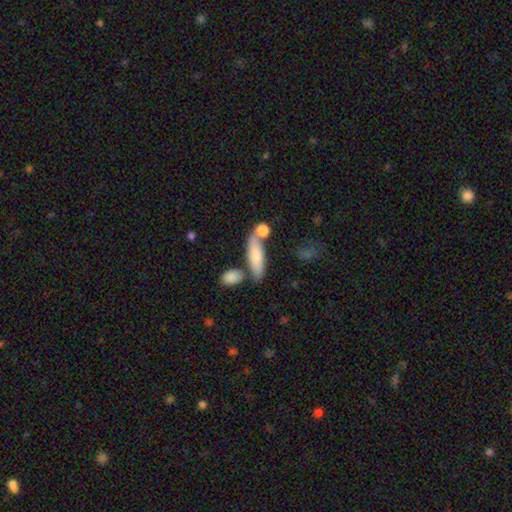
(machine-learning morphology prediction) Smooth or featured? smooth (75%)
How rounded? cigar-shaped (50%)
Merging? none (61%)